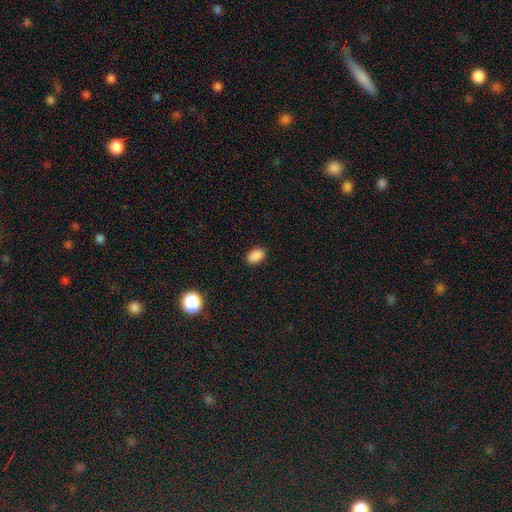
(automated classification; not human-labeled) Q: Smooth or featured?
A: smooth (88%); runner-up: star or artifact (10%)
Q: How rounded?
A: in between (86%); runner-up: round (13%)
Q: Merging?
A: none (89%); runner-up: minor disturbance (8%)